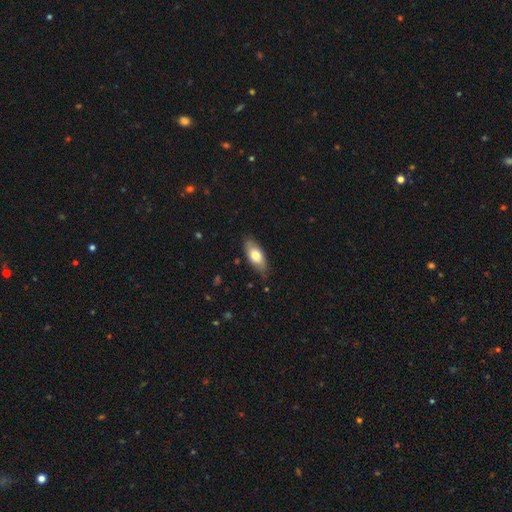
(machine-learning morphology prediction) This is likely a smooth galaxy (70%). How rounded: clearly in between (87%). Merging: likely none (78%).